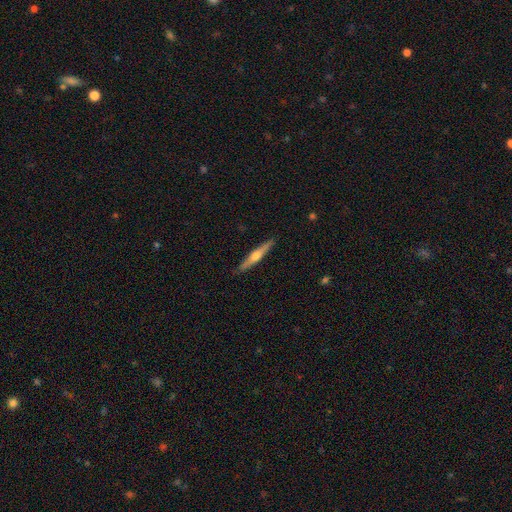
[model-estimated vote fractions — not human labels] Smooth or featured? Predicted: featured or disk (p=0.60). Edge-on disk? Predicted: yes (p=0.97). Edge-on bulge? Predicted: rounded (p=0.89). Merging? Predicted: none (p=0.90).